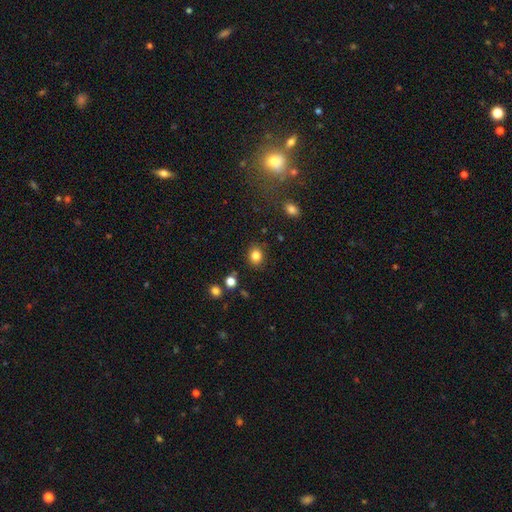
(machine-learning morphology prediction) Overall: smooth (83%). How rounded: round (65%; in between 34%). Merging: none (86%).